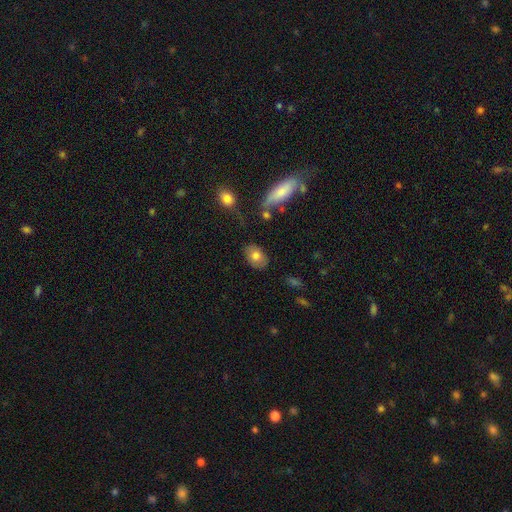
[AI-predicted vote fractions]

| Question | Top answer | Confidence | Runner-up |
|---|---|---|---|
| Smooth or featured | smooth | 77% | featured or disk (15%) |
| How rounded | in between | 84% | round (15%) |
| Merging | none | 79% | minor disturbance (14%) |